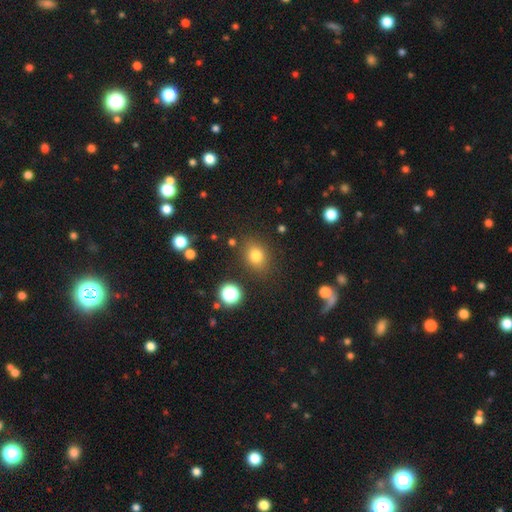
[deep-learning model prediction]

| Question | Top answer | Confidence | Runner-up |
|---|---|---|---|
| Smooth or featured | smooth | 77% | star or artifact (15%) |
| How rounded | round | 55% | in between (44%) |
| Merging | none | 83% | minor disturbance (10%) |